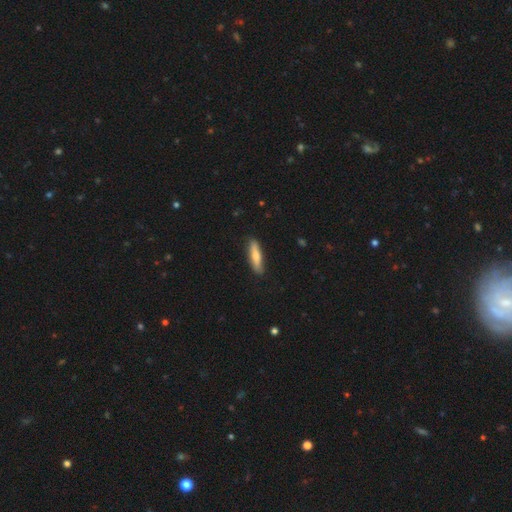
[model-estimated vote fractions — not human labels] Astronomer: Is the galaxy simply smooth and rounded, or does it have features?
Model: smooth — 72%.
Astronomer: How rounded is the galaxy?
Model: cigar-shaped — 78%.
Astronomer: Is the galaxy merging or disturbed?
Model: none — 87%.